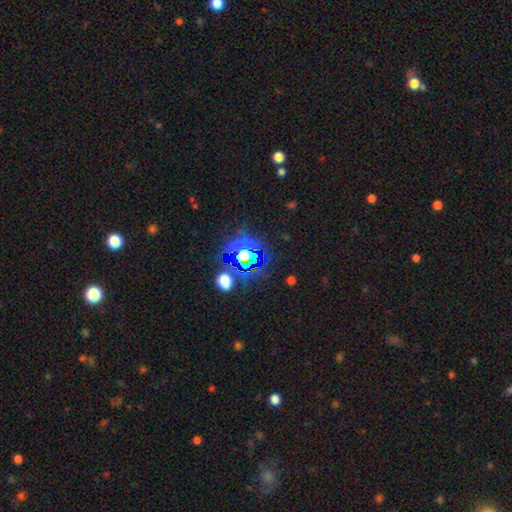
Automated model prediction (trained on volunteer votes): Smooth or featured: star or artifact — 71% (smooth — 19%)